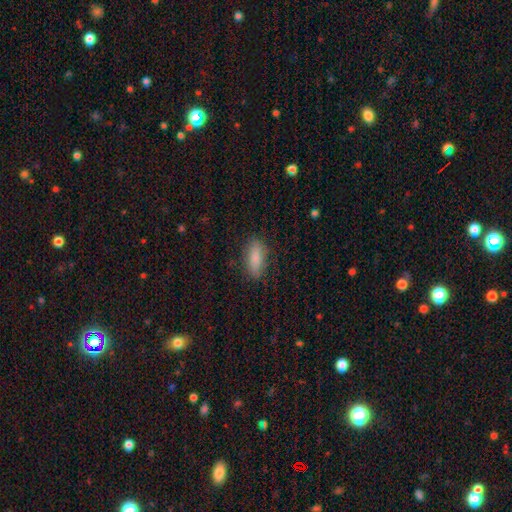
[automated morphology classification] Smooth or featured? smooth (81%)
How rounded? in between (66%)
Merging? none (85%)